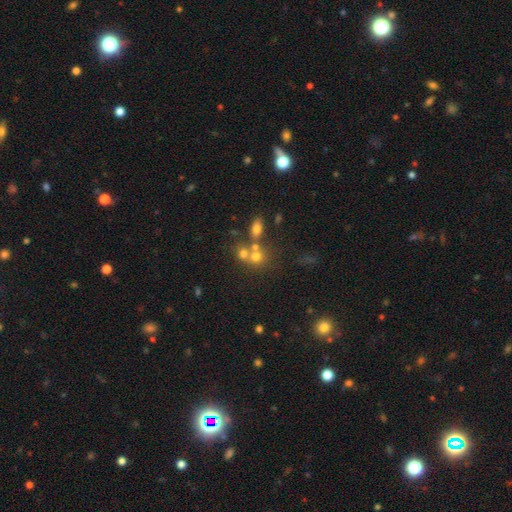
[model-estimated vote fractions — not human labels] Overall: smooth (61%). How rounded: round (75%). Merging: merger (46%; none 41%).